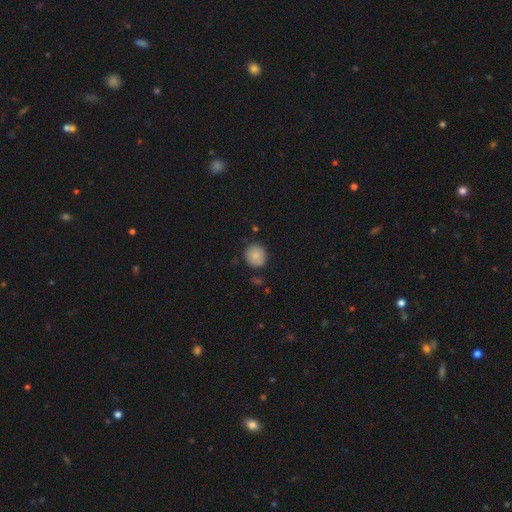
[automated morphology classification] Smooth or featured: smooth — 84% (star or artifact — 9%)
How rounded: round — 86% (in between — 13%)
Merging: none — 80% (minor disturbance — 14%)